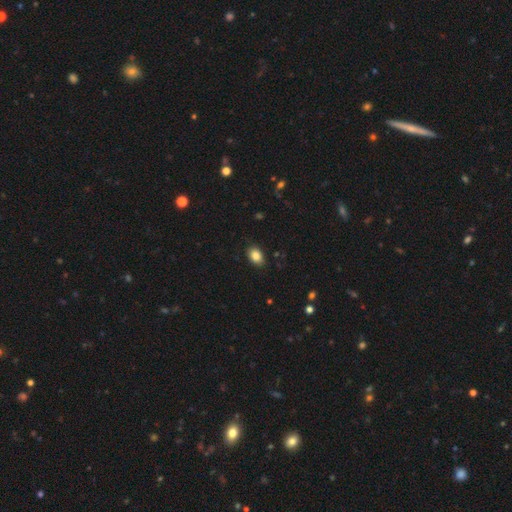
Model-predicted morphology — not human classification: This appears to be a smooth galaxy with no disk features (85%) that is in between round and cigar-shaped (82%). Merging: none (86%).